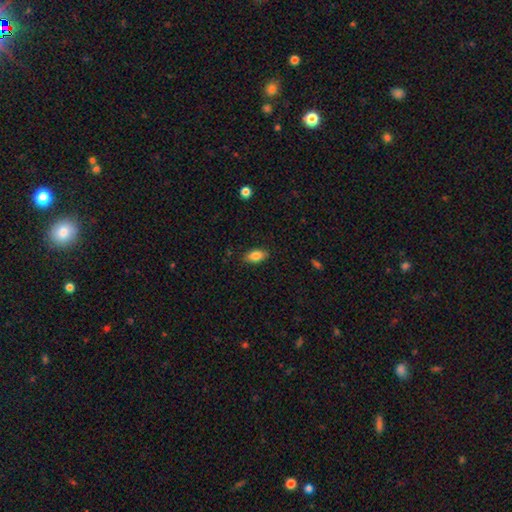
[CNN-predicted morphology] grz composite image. It shows a smooth galaxy with no disk features (83%) that is in between round and cigar-shaped (89%). Merging: none (87%).